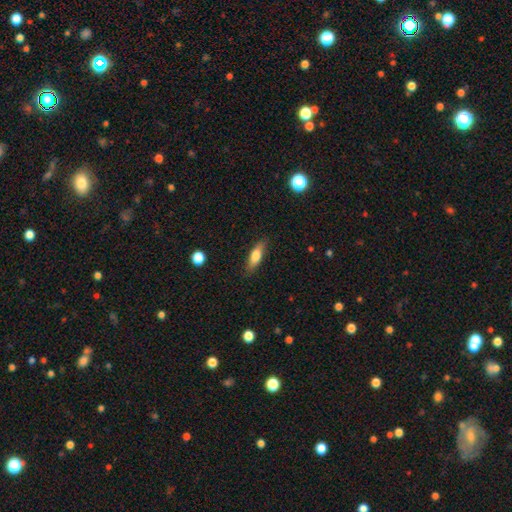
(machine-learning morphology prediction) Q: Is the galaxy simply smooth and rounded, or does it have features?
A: smooth — 71%.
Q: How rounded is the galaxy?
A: cigar-shaped — 49%.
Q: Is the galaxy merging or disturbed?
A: none — 84%.